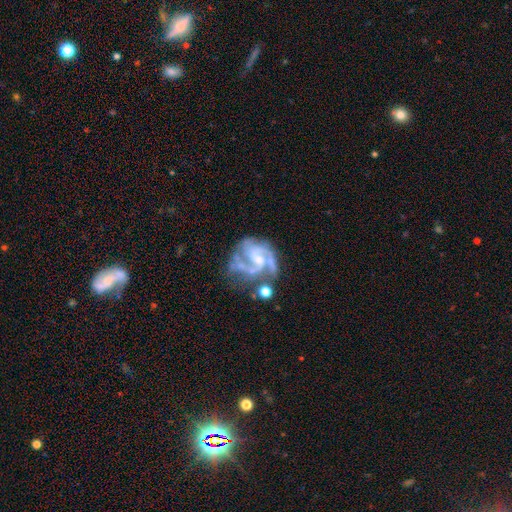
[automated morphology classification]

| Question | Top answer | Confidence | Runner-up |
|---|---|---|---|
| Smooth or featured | featured or disk | 81% | star or artifact (10%) |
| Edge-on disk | no | 98% | yes (2%) |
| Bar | no | 45% | weak (40%) |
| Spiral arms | yes | 89% | no (11%) |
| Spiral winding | medium | 48% | tight (29%) |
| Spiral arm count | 2 | 43% | 3 (24%) |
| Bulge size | small | 48% | moderate (28%) |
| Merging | none | 40% | major disturbance (26%) |